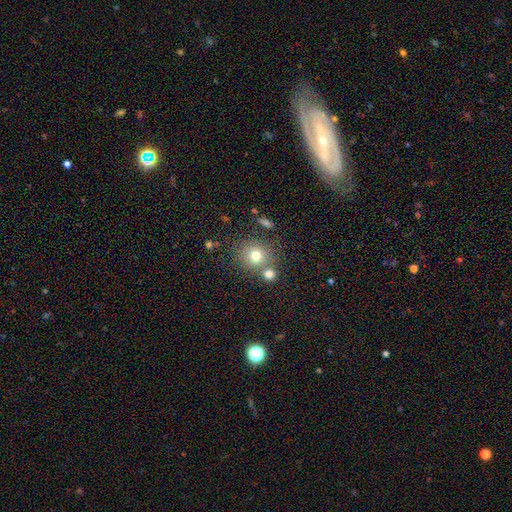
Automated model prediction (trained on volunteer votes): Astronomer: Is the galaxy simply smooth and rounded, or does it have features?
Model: smooth — 74%.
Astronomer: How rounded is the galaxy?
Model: round — 84%.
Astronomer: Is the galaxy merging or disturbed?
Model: none — 67%.